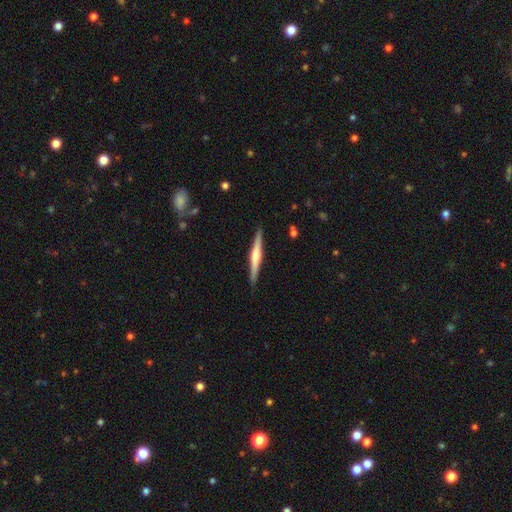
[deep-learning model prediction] Smooth or featured? Predicted: featured or disk (p=0.63). Edge-on disk? Predicted: yes (p=0.98). Edge-on bulge? Predicted: rounded (p=0.77). Merging? Predicted: none (p=0.90).